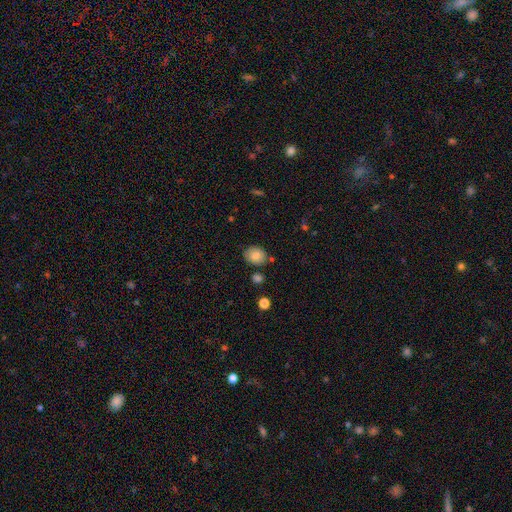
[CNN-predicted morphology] A smooth galaxy with no disk features (83%) that is round (63%).

Vote fractions:
- Smooth or featured? smooth: 83% / star or artifact: 9% / featured or disk: 8%
- How rounded? round: 63% / in between: 36% / cigar-shaped: 1%
- Merging? none: 78% / minor disturbance: 14% / merger: 6% / major disturbance: 3%